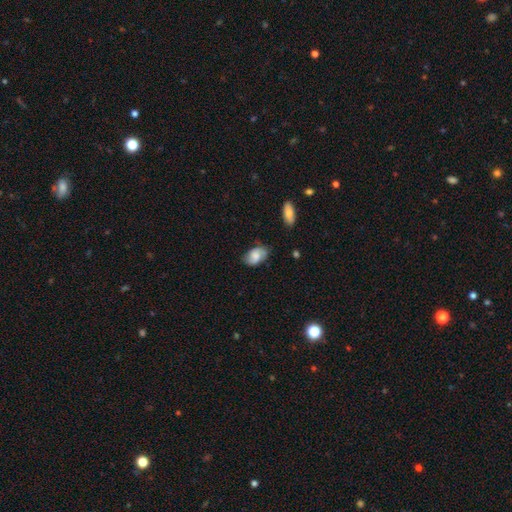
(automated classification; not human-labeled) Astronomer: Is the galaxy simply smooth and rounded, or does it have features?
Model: smooth — 65%.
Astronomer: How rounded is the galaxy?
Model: in between — 89%.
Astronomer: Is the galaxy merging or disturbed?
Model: none — 68%.